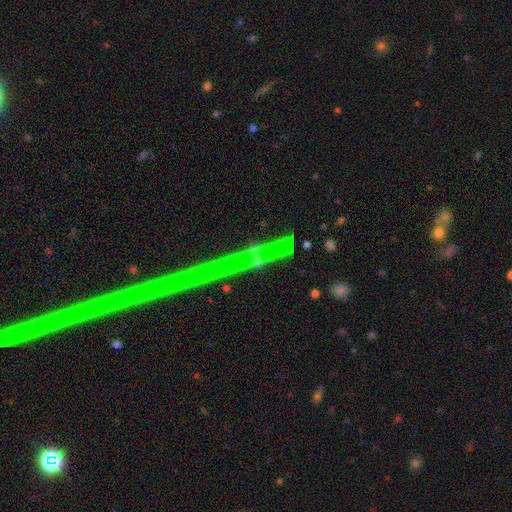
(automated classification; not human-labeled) Smooth or featured? Predicted: featured or disk (p=0.49). Merging? Predicted: none (p=0.75).